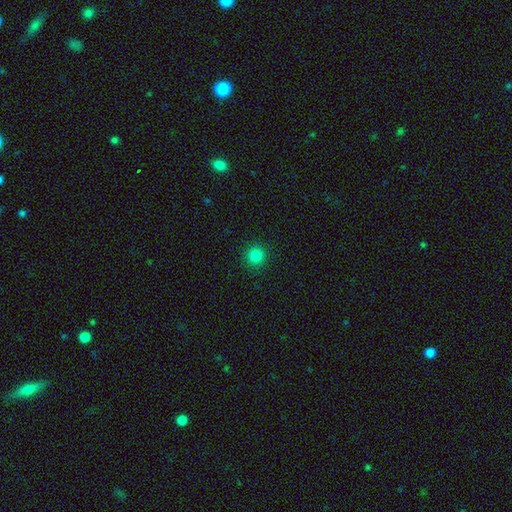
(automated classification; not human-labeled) A smooth galaxy with no disk features (84%) that is round (94%).

Vote fractions:
- Smooth or featured? smooth: 84% / star or artifact: 12% / featured or disk: 4%
- How rounded? round: 94% / in between: 5% / cigar-shaped: 1%
- Merging? none: 92% / minor disturbance: 5% / major disturbance: 2% / merger: 1%